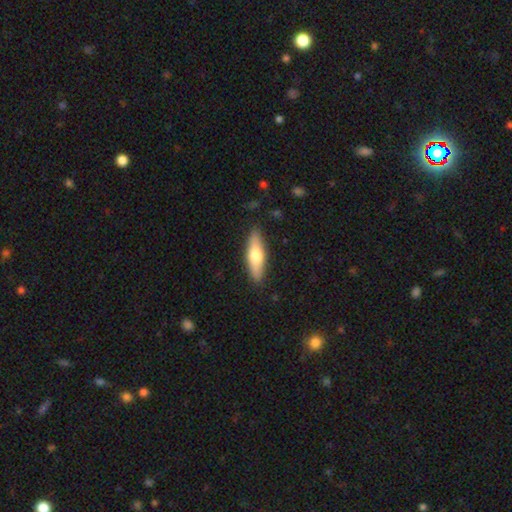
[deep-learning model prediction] Morphology: type=smooth (58%); roundness=cigar-shaped (59%); merging=none (88%).